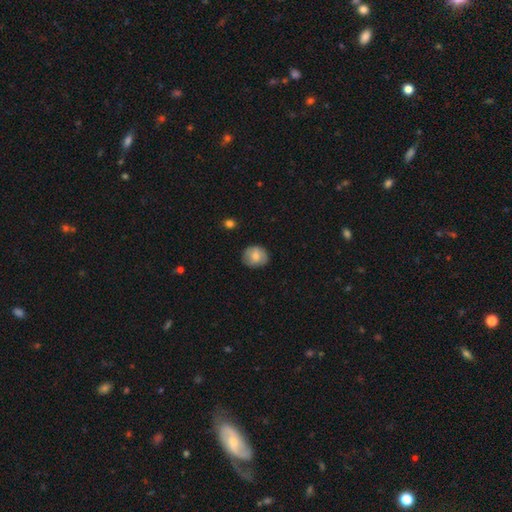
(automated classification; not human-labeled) A smooth galaxy with no disk features (75%) that is round (70%).

Vote fractions:
- Smooth or featured? smooth: 75% / featured or disk: 17% / star or artifact: 7%
- How rounded? round: 70% / in between: 29% / cigar-shaped: 1%
- Merging? none: 77% / minor disturbance: 19% / major disturbance: 4% / merger: 1%